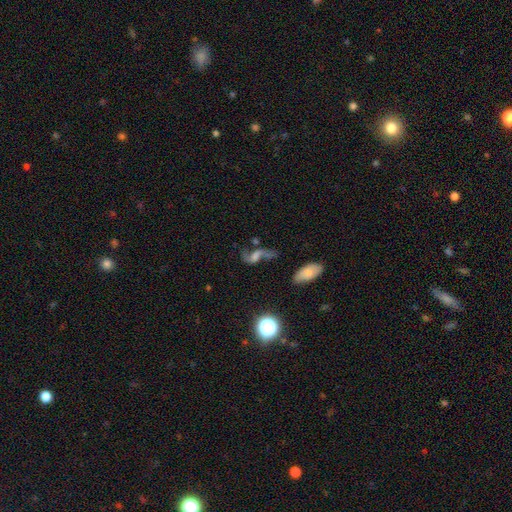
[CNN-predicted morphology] This appears to be a featured or disk galaxy (68%) with no bar (44%), 2 (90%) loose (85%) spiral arms (90%) and no central bulge (37%). Merging: none (52%).